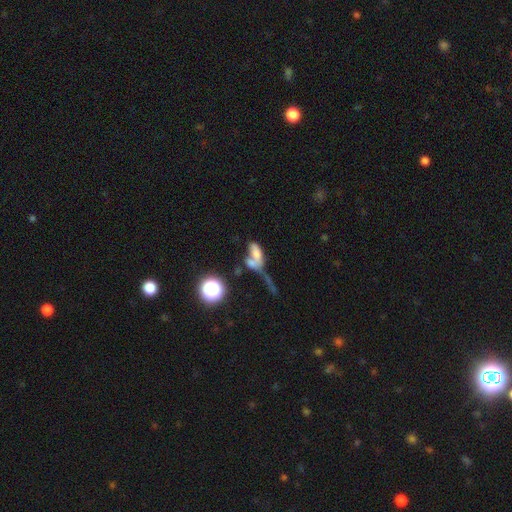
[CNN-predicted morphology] The model was most divided on "smooth or featured": smooth: 58%, featured or disk: 26%, star or artifact: 16%. More confident: how rounded — in between (82%); merging — merger (60%).